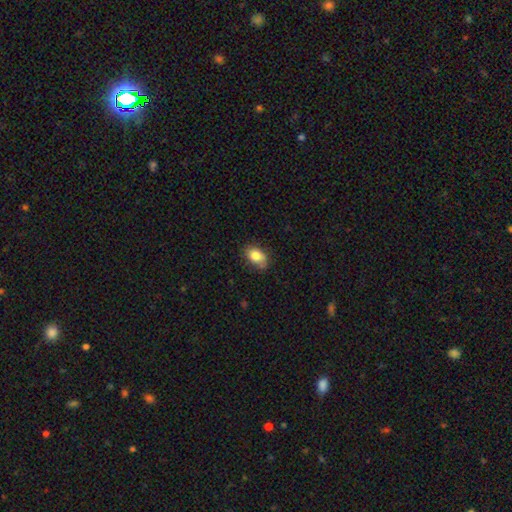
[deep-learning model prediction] smooth 81%, featured or disk 11%, star or artifact 8%. Down the decision tree: how rounded — in between (83%); merging — none (70%).